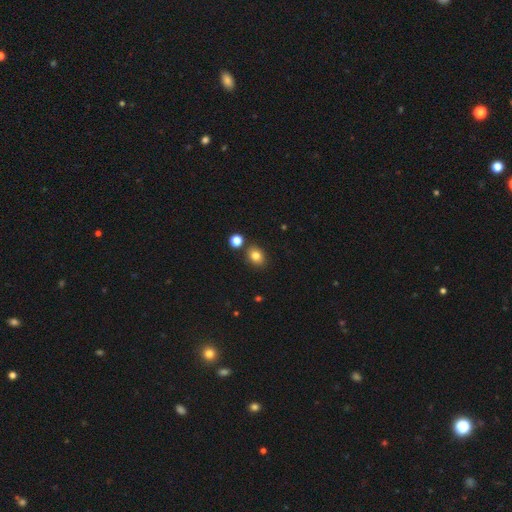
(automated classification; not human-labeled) Smooth or featured: smooth — 81% (star or artifact — 12%)
How rounded: in between — 54% (round — 45%)
Merging: none — 80% (minor disturbance — 10%)